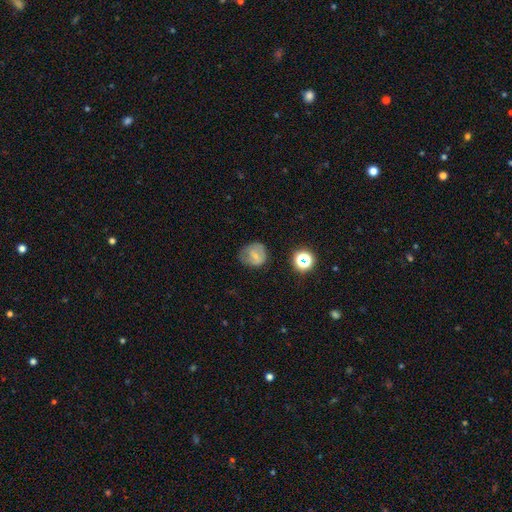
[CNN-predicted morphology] Smooth or featured? Predicted: smooth (p=0.60). How rounded? Predicted: round (p=0.76). Merging? Predicted: none (p=0.61).